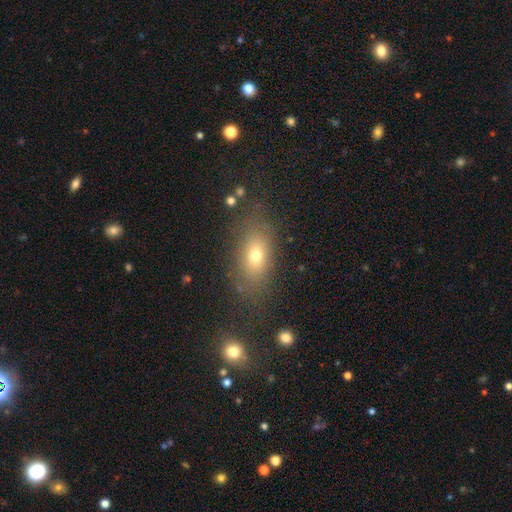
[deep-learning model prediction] A smooth galaxy with no disk features (70%) that is in between round and cigar-shaped (78%).

Vote fractions:
- Smooth or featured? smooth: 70% / featured or disk: 16% / star or artifact: 14%
- How rounded? in between: 78% / round: 16% / cigar-shaped: 7%
- Merging? none: 76% / minor disturbance: 14% / major disturbance: 7% / merger: 4%